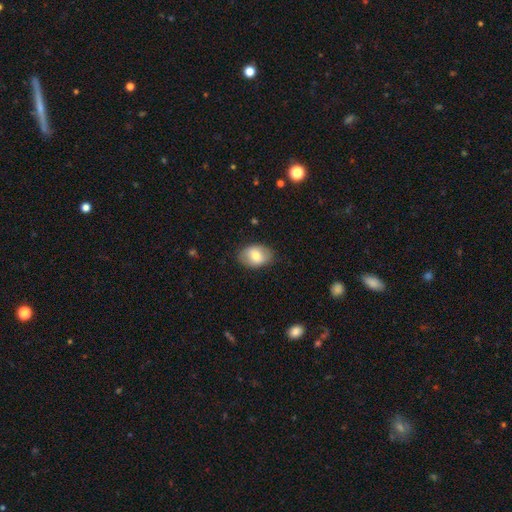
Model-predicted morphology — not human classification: The model was most divided on "smooth or featured": smooth: 68%, featured or disk: 25%, star or artifact: 7%. More confident: merging — none (82%); how rounded — in between (77%).